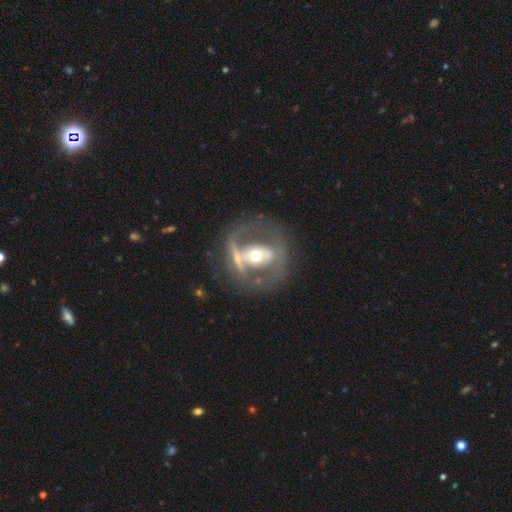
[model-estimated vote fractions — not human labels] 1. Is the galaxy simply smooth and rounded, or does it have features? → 70% featured or disk, 23% smooth, 6% star or artifact.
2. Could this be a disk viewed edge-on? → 91% no, 9% yes.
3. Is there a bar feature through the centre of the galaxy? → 41% no, 36% strong, 23% weak.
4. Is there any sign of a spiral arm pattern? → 63% no, 37% yes.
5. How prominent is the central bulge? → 69% moderate, 17% small, 11% large, 2% dominant, 1% none.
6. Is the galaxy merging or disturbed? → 58% none, 18% major disturbance, 17% minor disturbance, 8% merger.